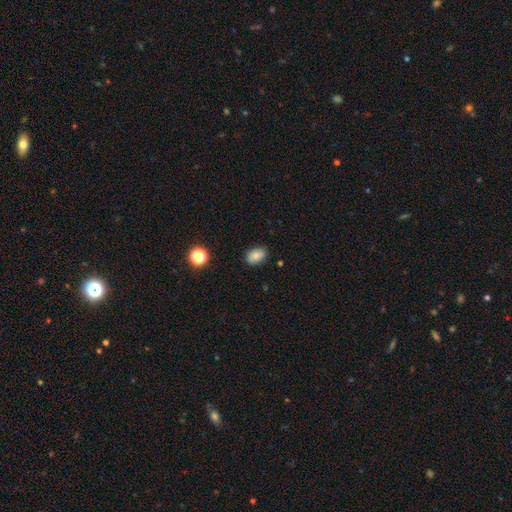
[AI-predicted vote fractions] Smooth or featured? Predicted: smooth (p=0.82). How rounded? Predicted: in between (p=0.82). Merging? Predicted: none (p=0.81).